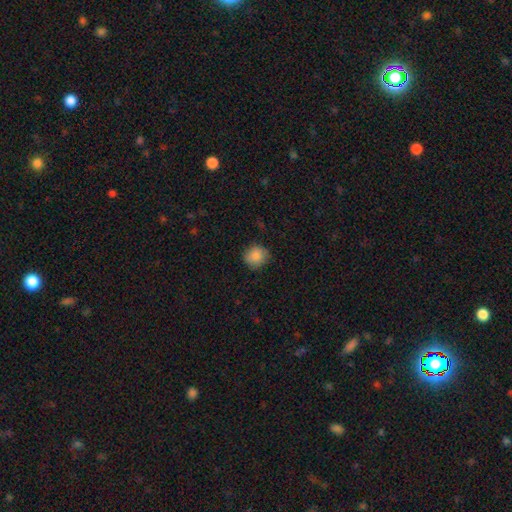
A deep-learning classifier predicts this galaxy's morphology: smooth-or-featured: smooth: 86% | star or artifact: 8% | featured or disk: 6%
  how-rounded: round: 86% | in between: 13% | cigar-shaped: 1%
  merging: none: 80% | minor disturbance: 16% | major disturbance: 3% | merger: 1%